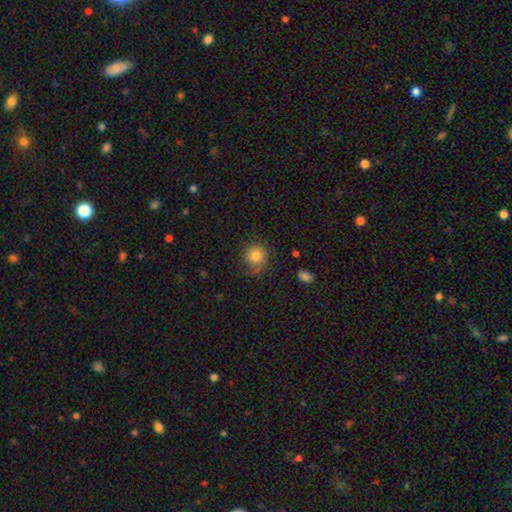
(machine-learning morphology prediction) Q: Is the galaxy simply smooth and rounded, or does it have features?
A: smooth — 81%.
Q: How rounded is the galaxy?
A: round — 87%.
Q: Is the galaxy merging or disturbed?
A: none — 67%.